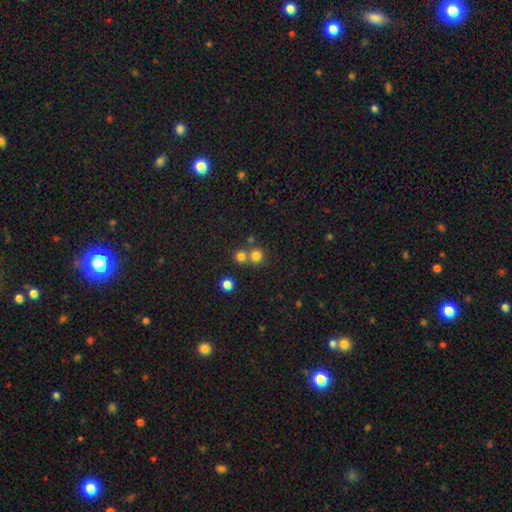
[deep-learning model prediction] Smooth or featured?
  - smooth: 77% *
  - star or artifact: 16%
  - featured or disk: 7%
How rounded?
  - round: 91% *
  - in between: 8%
  - cigar-shaped: 1%
Merging?
  - none: 59% *
  - merger: 33%
  - minor disturbance: 6%
  - major disturbance: 3%